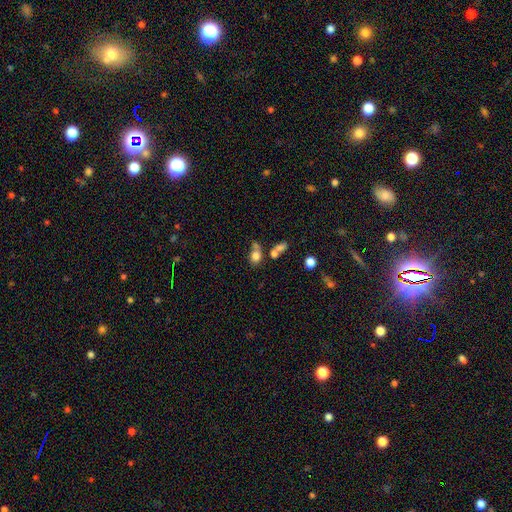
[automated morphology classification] type=smooth (77%); roundness=round (51%); merging=none (41%).